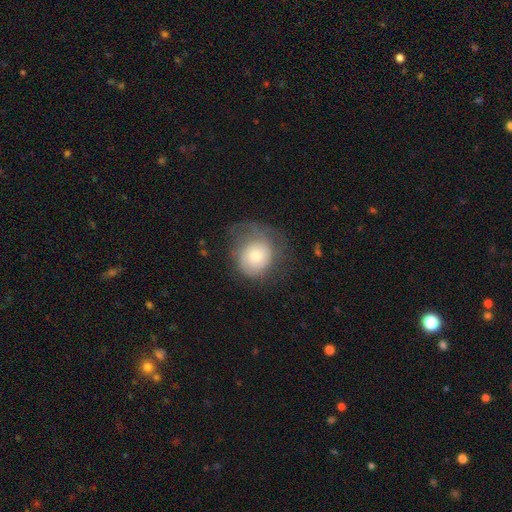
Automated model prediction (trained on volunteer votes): The model was most divided on "merging": none: 45%, minor disturbance: 28%, major disturbance: 26%, merger: 1%. More confident: how rounded — round (78%); smooth or featured — smooth (55%).